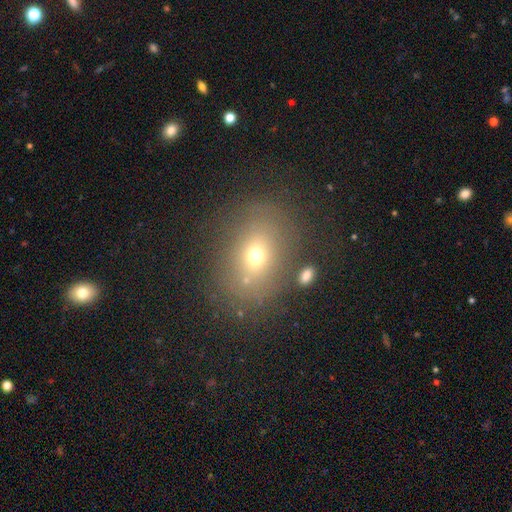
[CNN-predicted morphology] type=smooth (64%); roundness=in between (52%); merging=none (73%).